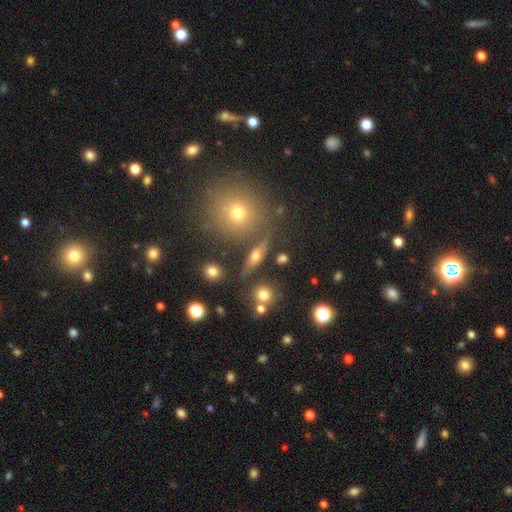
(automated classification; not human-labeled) featured or disk 44%, smooth 41%, star or artifact 15%. Down the decision tree: merging — none (78%).